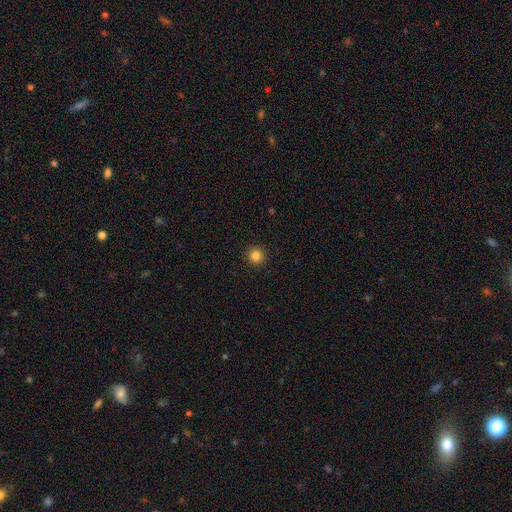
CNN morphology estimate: Smooth or featured? Predicted: smooth (p=0.84). How rounded? Predicted: round (p=0.96). Merging? Predicted: none (p=0.93).